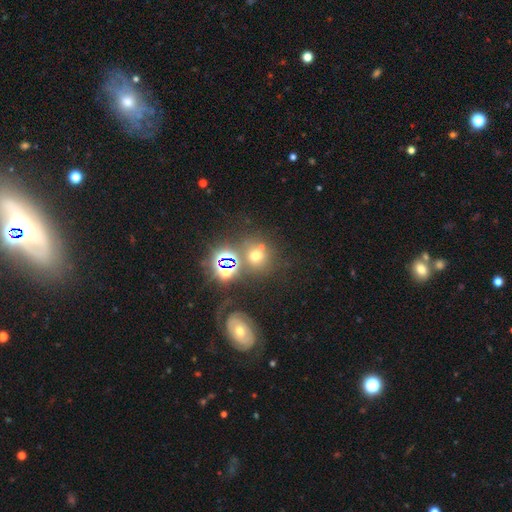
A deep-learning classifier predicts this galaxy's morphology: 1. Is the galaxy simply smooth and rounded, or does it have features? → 52% smooth, 35% star or artifact, 13% featured or disk.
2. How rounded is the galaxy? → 84% round, 15% in between, 1% cigar-shaped.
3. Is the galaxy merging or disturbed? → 63% none, 20% merger, 11% minor disturbance, 6% major disturbance.